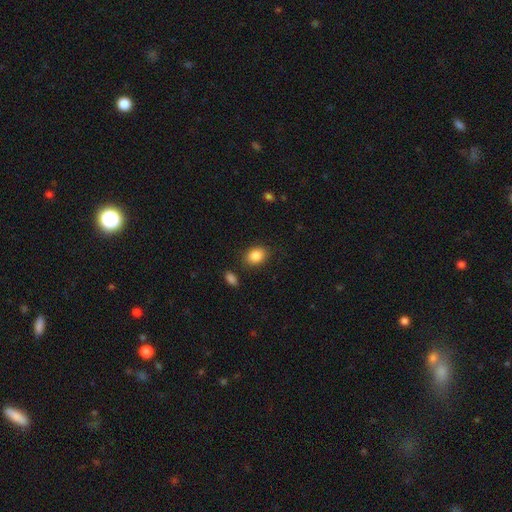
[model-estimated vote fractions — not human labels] smooth-or-featured: smooth: 86% | star or artifact: 8% | featured or disk: 6%
  how-rounded: in between: 69% | round: 30% | cigar-shaped: 1%
  merging: none: 84% | minor disturbance: 10% | major disturbance: 3% | merger: 3%